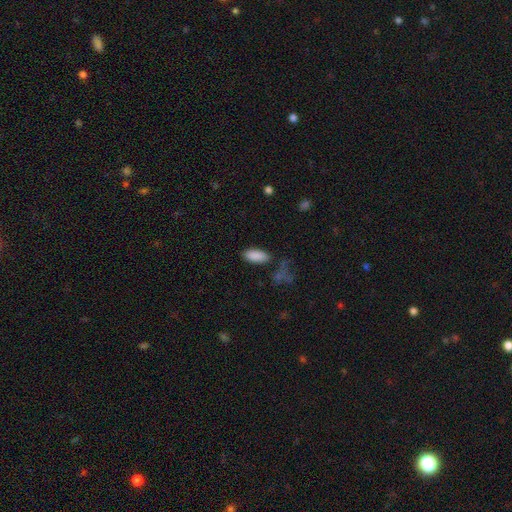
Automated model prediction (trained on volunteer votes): Morphology: type=smooth (89%); roundness=in between (88%); merging=none (81%).